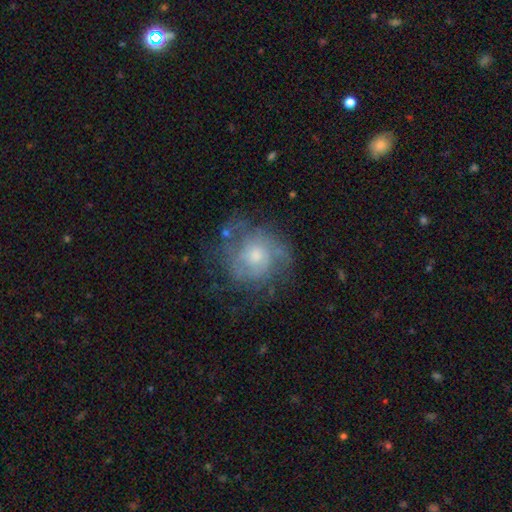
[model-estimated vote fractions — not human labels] Q: Smooth or featured?
A: featured or disk (61%); runner-up: smooth (31%)
Q: Edge-on disk?
A: no (97%); runner-up: yes (3%)
Q: Bar?
A: no (81%); runner-up: weak (17%)
Q: Spiral arms?
A: yes (65%); runner-up: no (35%)
Q: Bulge size?
A: moderate (52%); runner-up: small (36%)
Q: Merging?
A: none (55%); runner-up: minor disturbance (22%)